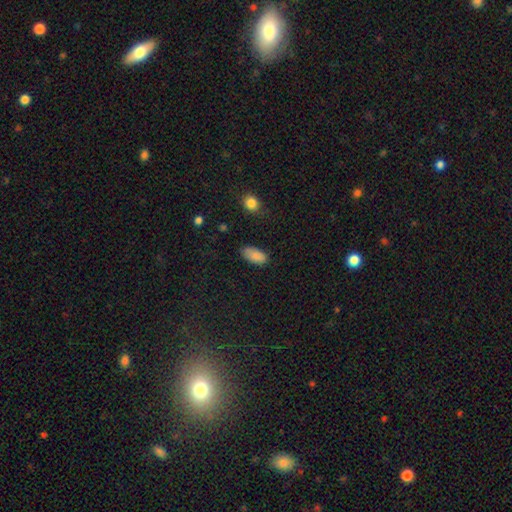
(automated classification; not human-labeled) A smooth galaxy with no disk features (87%) that is in between round and cigar-shaped (93%).

Vote fractions:
- Smooth or featured? smooth: 87% / star or artifact: 8% / featured or disk: 6%
- How rounded? in between: 93% / cigar-shaped: 4% / round: 3%
- Merging? none: 75% / minor disturbance: 20% / major disturbance: 4% / merger: 2%